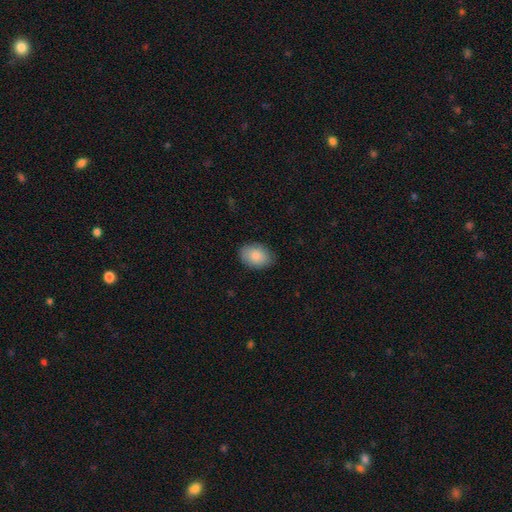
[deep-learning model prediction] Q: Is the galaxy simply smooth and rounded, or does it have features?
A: smooth — 86%.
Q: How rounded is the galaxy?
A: in between — 78%.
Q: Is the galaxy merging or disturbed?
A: none — 83%.